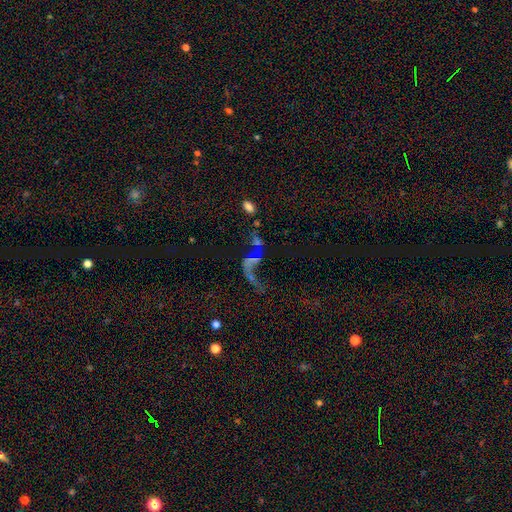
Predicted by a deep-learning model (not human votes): smooth_or_featured: featured or disk (p=0.49) [alt: smooth p=0.27]
merging: major disturbance (p=0.34) [alt: merger p=0.29]